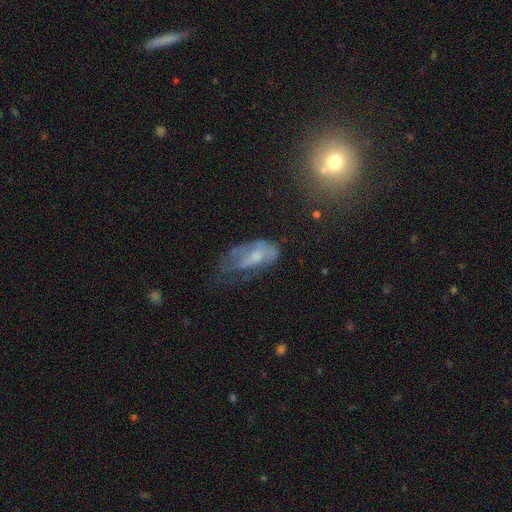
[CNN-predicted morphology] Smooth or featured? featured or disk (47%)
Merging? major disturbance (35%)